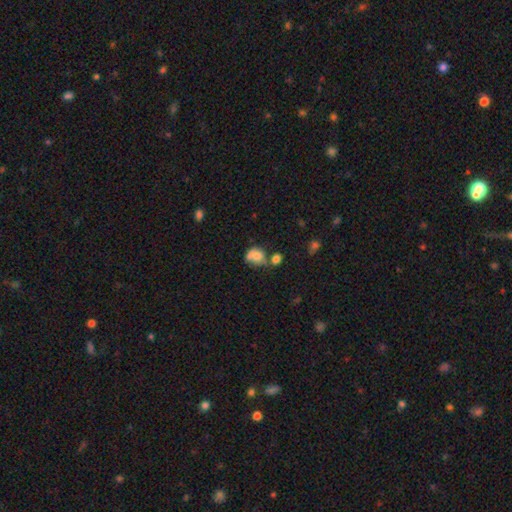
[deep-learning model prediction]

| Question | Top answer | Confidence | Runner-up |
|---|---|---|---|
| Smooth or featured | smooth | 65% | featured or disk (24%) |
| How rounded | in between | 50% | round (49%) |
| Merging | merger | 39% | none (29%) |